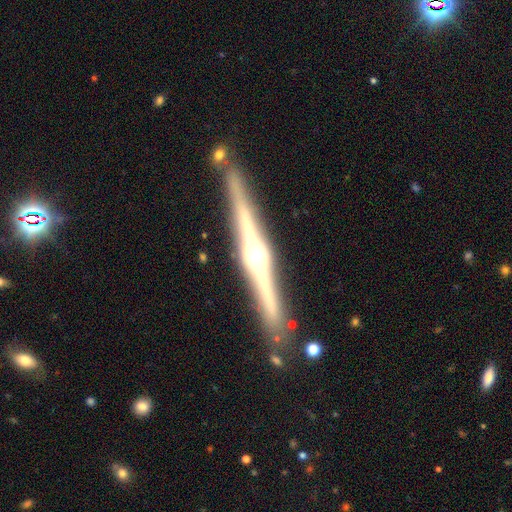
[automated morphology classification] Overall: featured or disk (86%). Edge-on disk: yes (98%). Edge-on bulge: rounded (84%). Merging: none (86%).